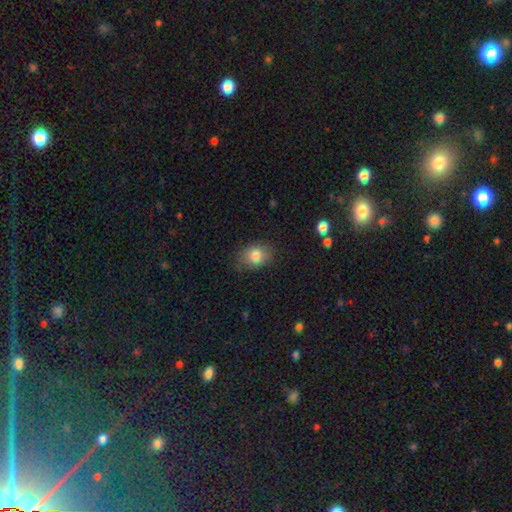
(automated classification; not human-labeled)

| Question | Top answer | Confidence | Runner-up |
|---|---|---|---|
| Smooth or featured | smooth | 81% | star or artifact (10%) |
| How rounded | in between | 58% | round (40%) |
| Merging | none | 75% | minor disturbance (18%) |